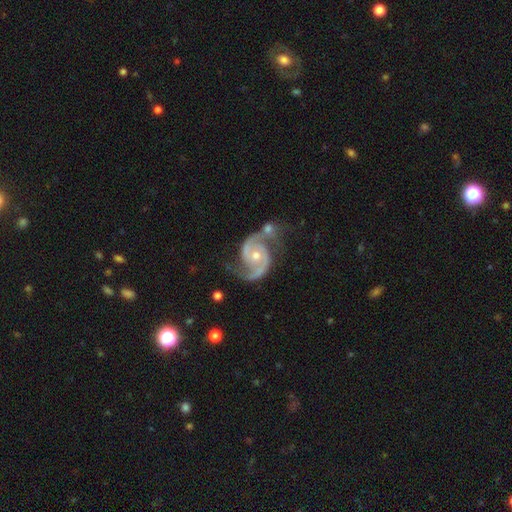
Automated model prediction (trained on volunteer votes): Smooth or featured: featured or disk — 93% (star or artifact — 4%)
Edge-on disk: no — 98% (yes — 2%)
Bar: no — 63% (weak — 28%)
Spiral arms: yes — 98% (no — 2%)
Spiral winding: medium — 61% (tight — 23%)
Spiral arm count: 2 — 93% (3 — 2%)
Bulge size: moderate — 54% (small — 43%)
Merging: none — 55% (merger — 19%)